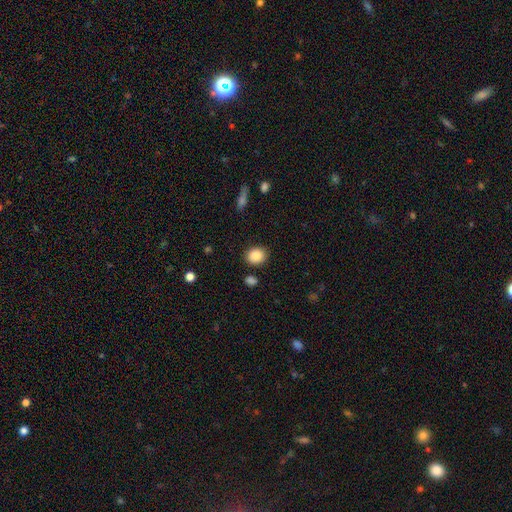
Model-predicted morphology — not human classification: Smooth or featured?
  - smooth: 88% *
  - star or artifact: 8%
  - featured or disk: 4%
How rounded?
  - round: 66% *
  - in between: 33%
  - cigar-shaped: 1%
Merging?
  - none: 85% *
  - minor disturbance: 9%
  - merger: 3%
  - major disturbance: 3%